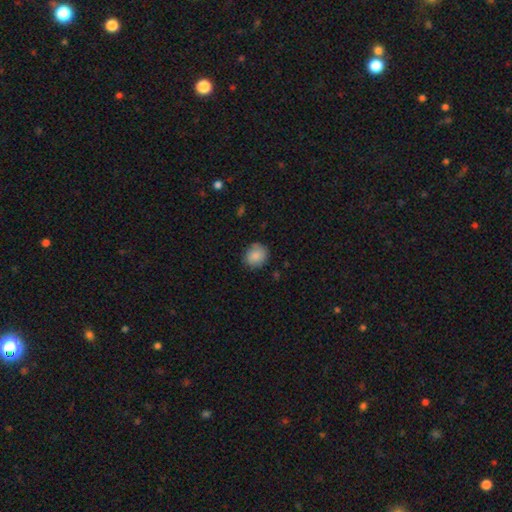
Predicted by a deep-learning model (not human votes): Smooth or featured?
  - smooth: 87% *
  - star or artifact: 8%
  - featured or disk: 6%
How rounded?
  - round: 81% *
  - in between: 18%
  - cigar-shaped: 1%
Merging?
  - none: 82% *
  - minor disturbance: 14%
  - major disturbance: 3%
  - merger: 1%